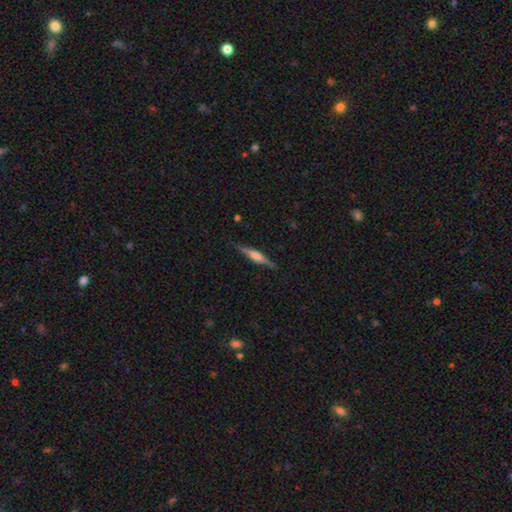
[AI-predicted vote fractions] smooth_or_featured: featured or disk (p=0.71) [alt: smooth p=0.23]
disk_edge_on: yes (p=0.98) [alt: no p=0.02]
edge_on_bulge: rounded (p=0.70) [alt: boxy p=0.22]
merging: none (p=0.88) [alt: minor disturbance p=0.09]